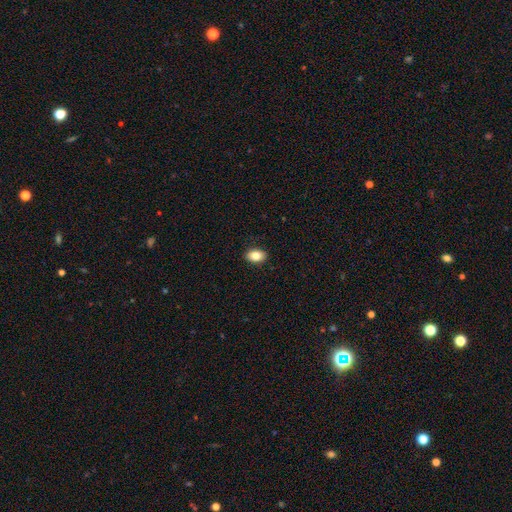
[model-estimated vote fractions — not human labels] smooth_or_featured: smooth (p=0.84) [alt: star or artifact p=0.08]
how_rounded: in between (p=0.84) [alt: round p=0.14]
merging: none (p=0.90) [alt: minor disturbance p=0.08]